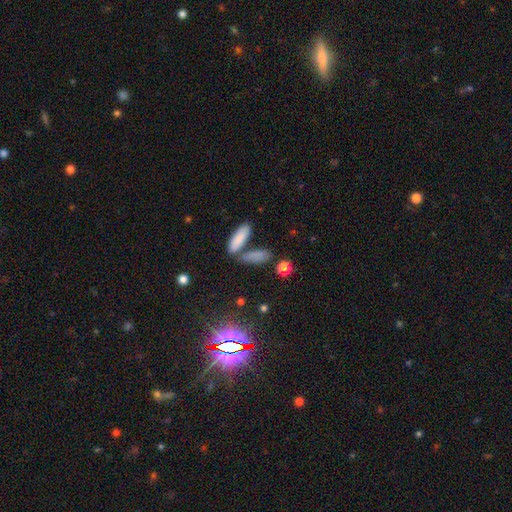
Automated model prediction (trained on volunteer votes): Smooth or featured: smooth — 80% (star or artifact — 11%)
How rounded: cigar-shaped — 51% (in between — 44%)
Merging: none — 64% (merger — 20%)